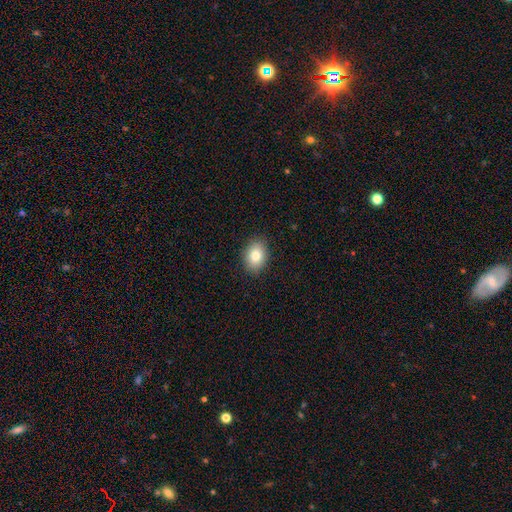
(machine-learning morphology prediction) Smooth or featured?
  - smooth: 82% *
  - featured or disk: 9%
  - star or artifact: 9%
How rounded?
  - in between: 75% *
  - round: 24%
  - cigar-shaped: 1%
Merging?
  - none: 89% *
  - minor disturbance: 8%
  - major disturbance: 2%
  - merger: 1%